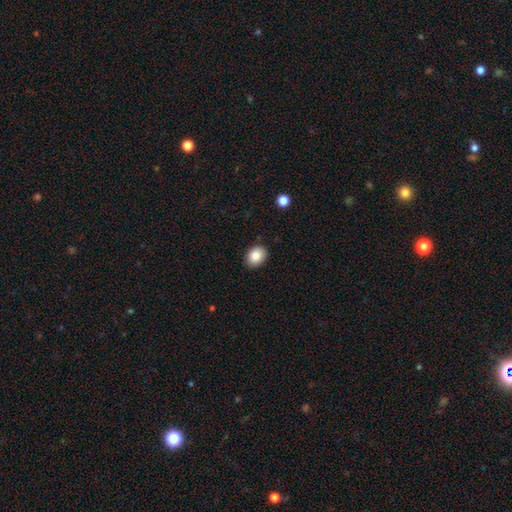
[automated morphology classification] type=smooth (87%); roundness=in between (50%); merging=none (87%).